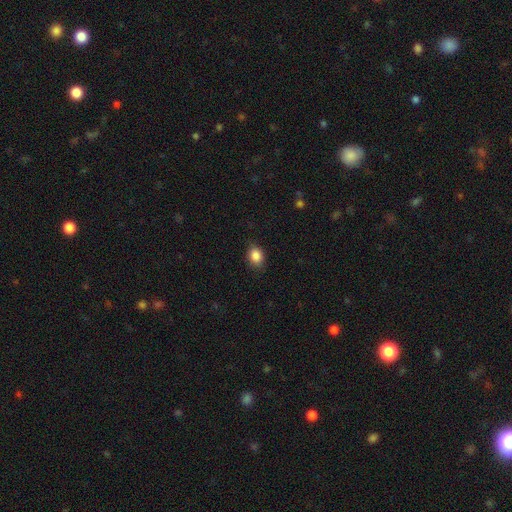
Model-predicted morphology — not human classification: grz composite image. It shows a smooth galaxy with no disk features (86%) that is in between round and cigar-shaped (61%). Merging: none (82%).